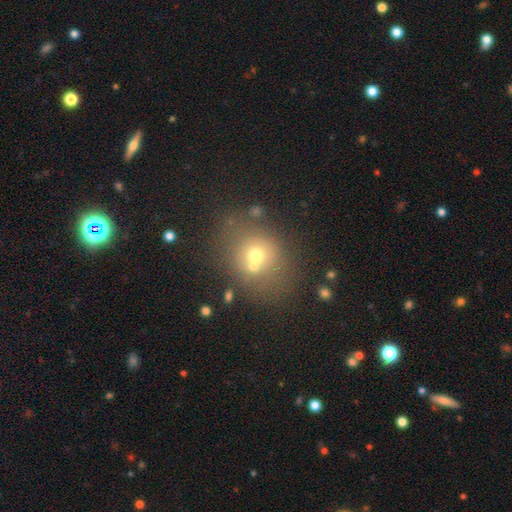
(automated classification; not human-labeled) Smooth or featured: smooth — 63% (featured or disk — 20%)
How rounded: round — 72% (in between — 27%)
Merging: none — 53% (merger — 28%)